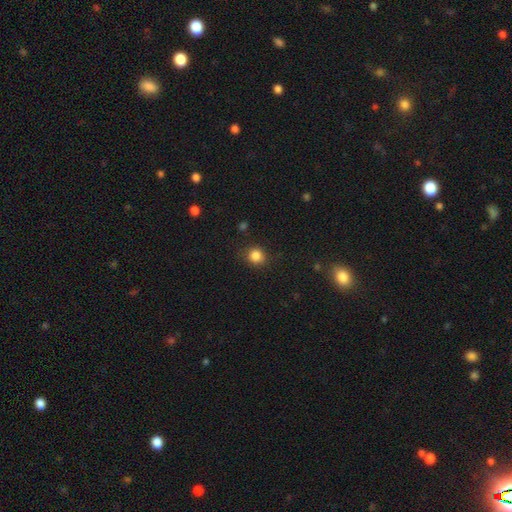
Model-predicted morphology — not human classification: Q: Smooth or featured?
A: smooth (85%); runner-up: star or artifact (11%)
Q: How rounded?
A: round (85%); runner-up: in between (14%)
Q: Merging?
A: none (85%); runner-up: minor disturbance (10%)